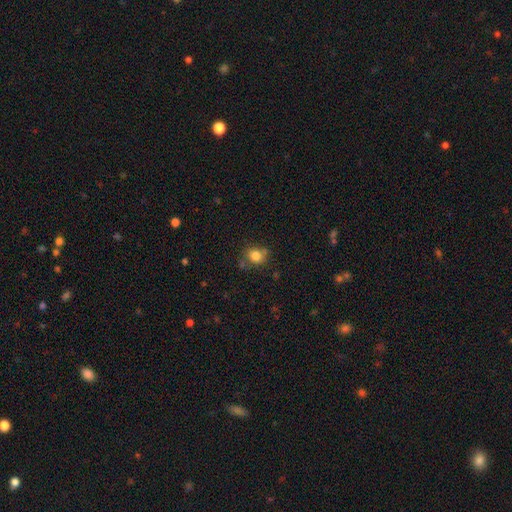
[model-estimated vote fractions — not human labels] Q: Smooth or featured?
A: smooth (82%); runner-up: star or artifact (11%)
Q: How rounded?
A: round (74%); runner-up: in between (25%)
Q: Merging?
A: none (70%); runner-up: minor disturbance (17%)